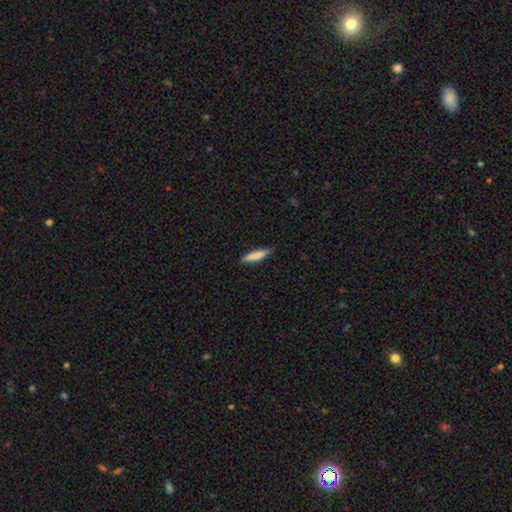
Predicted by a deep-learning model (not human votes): A smooth galaxy with no disk features (79%) that is cigar-shaped (79%). Merging: none (80%).